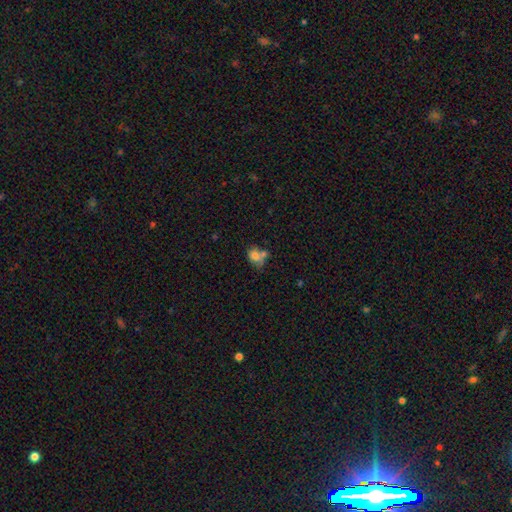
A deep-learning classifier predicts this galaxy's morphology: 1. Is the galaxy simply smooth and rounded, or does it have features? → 74% smooth, 15% featured or disk, 11% star or artifact.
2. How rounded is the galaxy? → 52% in between, 46% round, 1% cigar-shaped.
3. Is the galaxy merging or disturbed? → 40% merger, 35% none, 16% minor disturbance, 9% major disturbance.